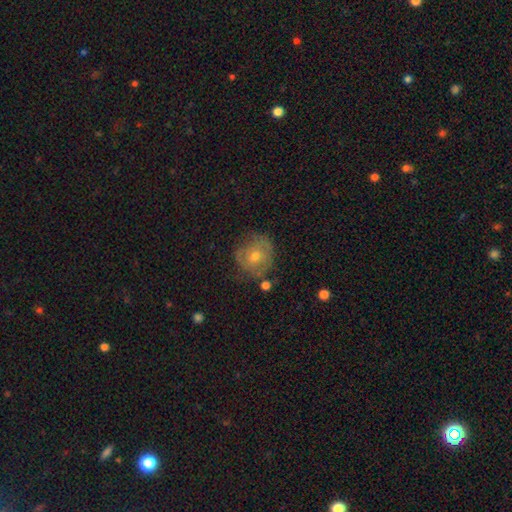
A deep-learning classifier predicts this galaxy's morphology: Overall: featured or disk (46%; smooth 43%). Merging: none (67%).